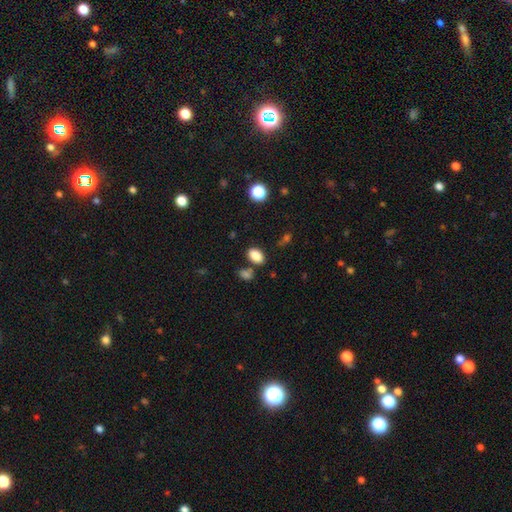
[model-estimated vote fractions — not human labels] smooth 85%, star or artifact 10%, featured or disk 5%. Down the decision tree: how rounded — in between (86%); merging — none (73%).